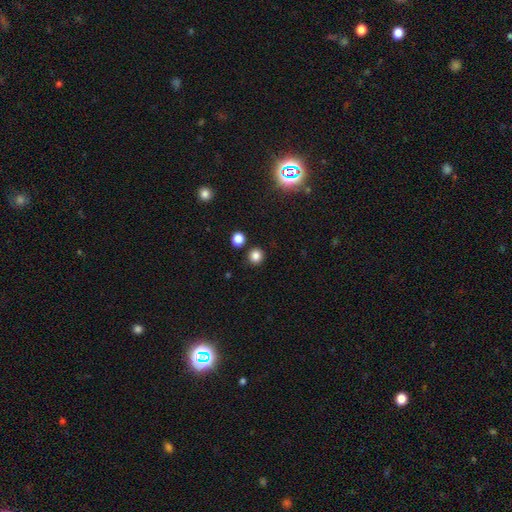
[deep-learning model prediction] Morphology: type=smooth (83%); roundness=round (92%); merging=none (88%).